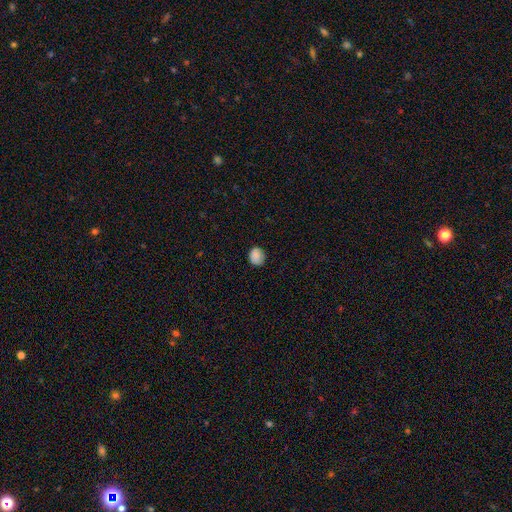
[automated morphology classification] This is clearly a smooth galaxy (86%). How rounded: likely round (61%). Merging: likely none (79%).